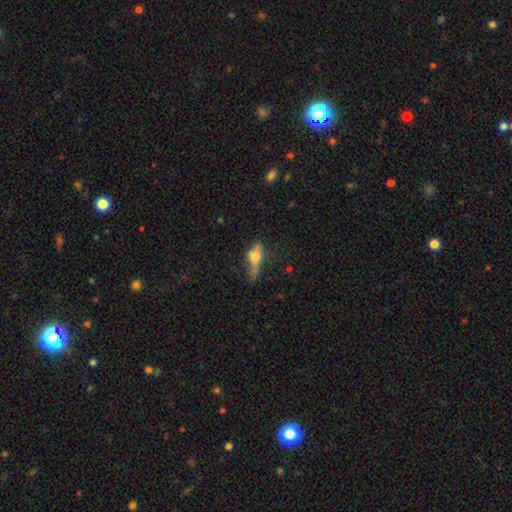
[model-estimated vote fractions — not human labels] A smooth galaxy with no disk features (51%) that is cigar-shaped (50%). Merging: none (42%).